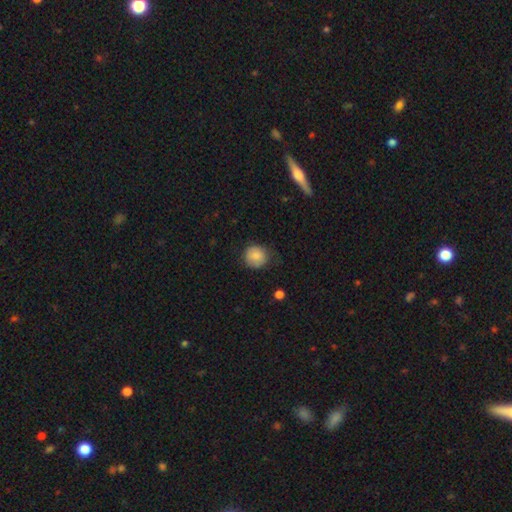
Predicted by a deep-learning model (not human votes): Smooth or featured? Predicted: smooth (p=0.83). How rounded? Predicted: round (p=0.87). Merging? Predicted: none (p=0.69).